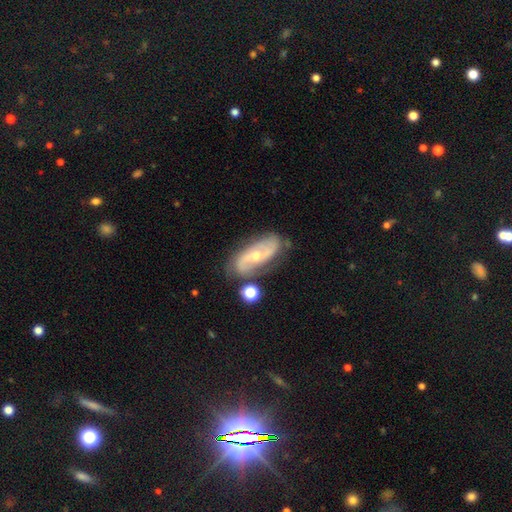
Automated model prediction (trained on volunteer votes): Morphology: type=featured or disk (82%); edge-on=no (93%); bar=no (48%); spiral arms=yes (93%); winding=medium (41%); arm count=2 (84%); bulge=moderate (51%); merging=none (71%).